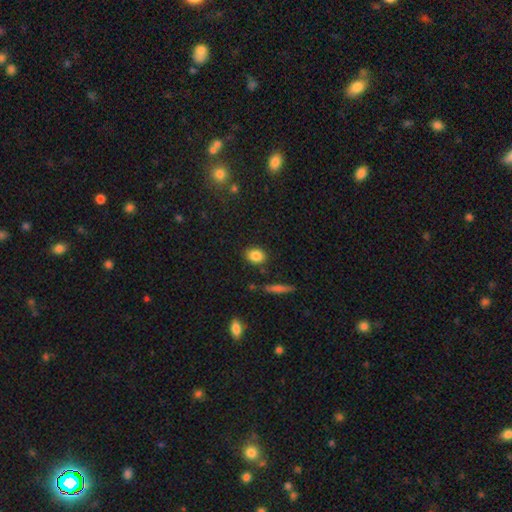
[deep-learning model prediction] A smooth galaxy with no disk features (84%) that is in between round and cigar-shaped (56%). Merging: none (85%).